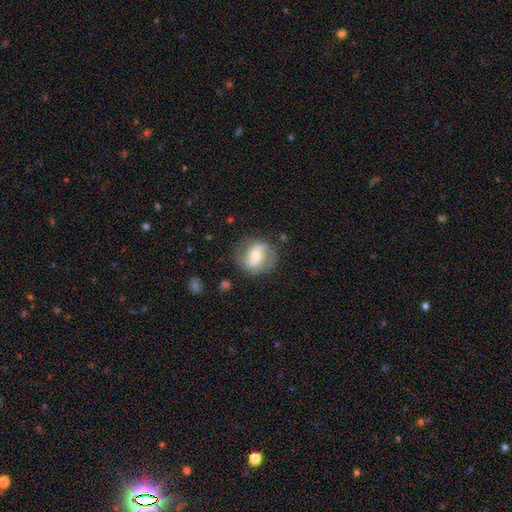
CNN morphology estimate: This appears to be a featured or disk galaxy (65%) with a weak bar (40%), 2 (82%) medium (45%) spiral arms (82%) and a moderate central bulge (58%). Merging: none (75%).